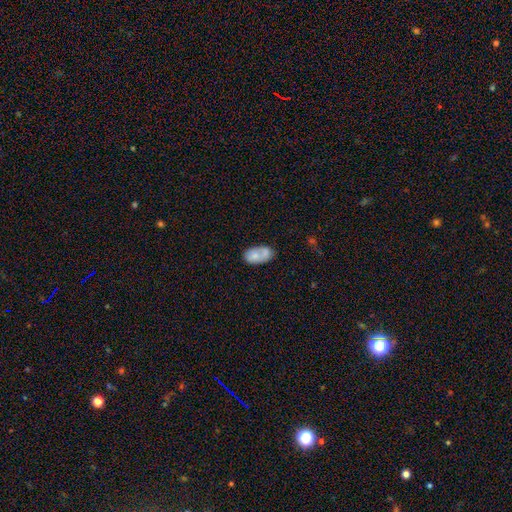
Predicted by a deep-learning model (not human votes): This appears to be a smooth galaxy with no disk features (67%) that is in between round and cigar-shaped (91%). Merging: none (43%).